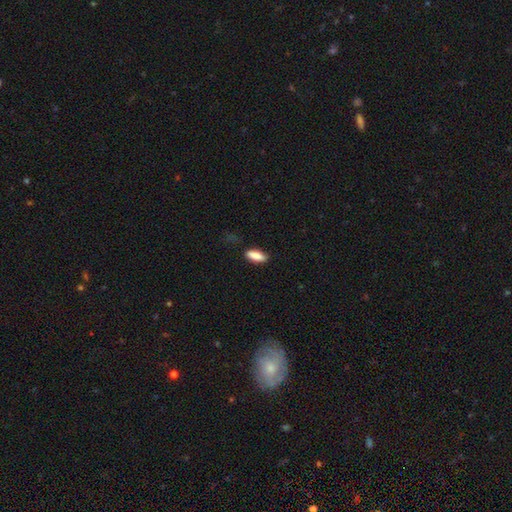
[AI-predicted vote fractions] smooth 84%, featured or disk 9%, star or artifact 7%. Down the decision tree: how rounded — in between (64%); merging — none (81%).